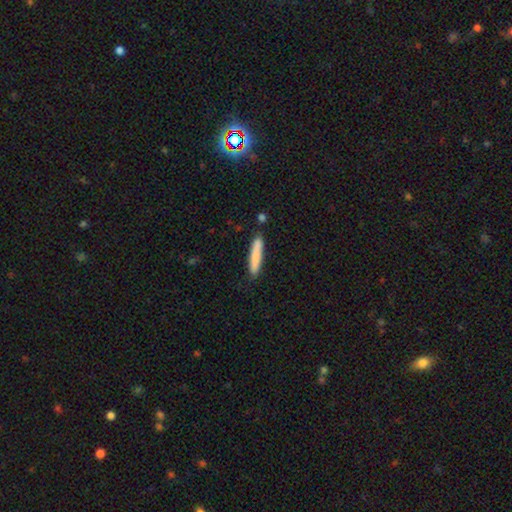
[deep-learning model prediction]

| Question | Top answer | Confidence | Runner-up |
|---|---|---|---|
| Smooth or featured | smooth | 81% | featured or disk (13%) |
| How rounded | cigar-shaped | 91% | in between (8%) |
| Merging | none | 83% | minor disturbance (11%) |